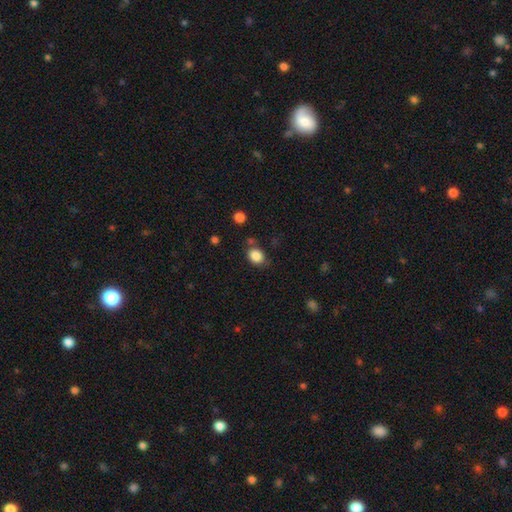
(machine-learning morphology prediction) Overall: smooth (86%). How rounded: round (50%; in between 49%). Merging: none (70%).